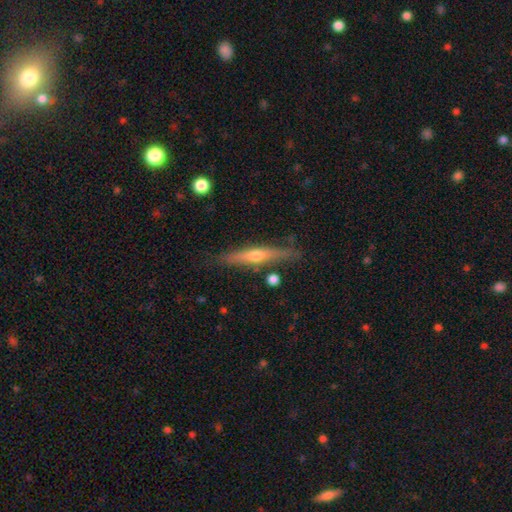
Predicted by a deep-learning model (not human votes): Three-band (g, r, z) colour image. It shows a featured or disk galaxy (65%) viewed edge-on (95%) with a rounded central bulge (86%). Merging: none (84%).